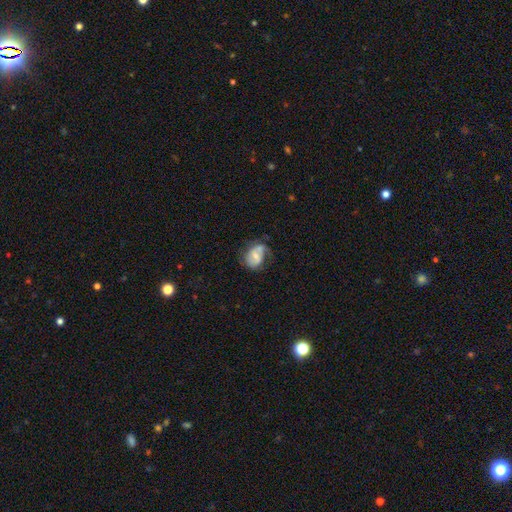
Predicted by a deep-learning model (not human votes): Overall: featured or disk (56%; smooth 36%). Edge-on disk: no (97%). Bar: no (44%; weak 40%). Spiral arms: yes (73%). Bulge size: moderate (48%; small 43%). Merging: none (43%; minor disturbance 28%).